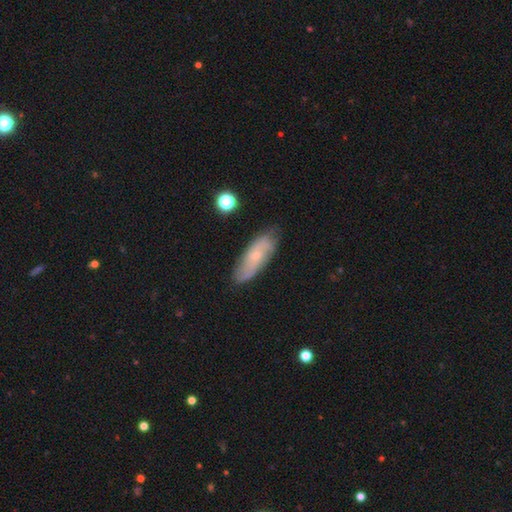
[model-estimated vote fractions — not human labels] This appears to be a featured or disk galaxy (54%). Merging: none (77%).